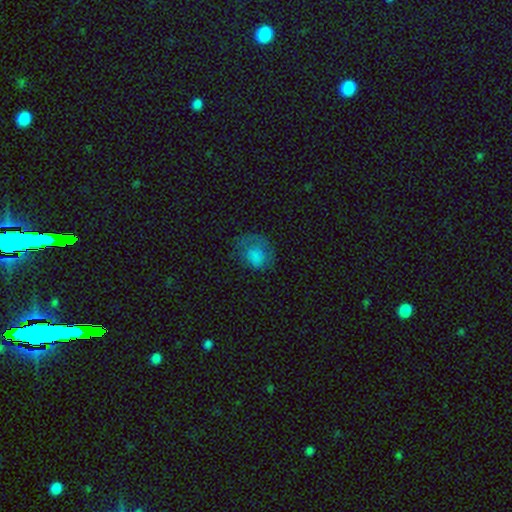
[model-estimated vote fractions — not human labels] A smooth galaxy with no disk features (69%) that is round (57%).

Vote fractions:
- Smooth or featured? smooth: 69% / featured or disk: 18% / star or artifact: 13%
- How rounded? round: 57% / in between: 42% / cigar-shaped: 1%
- Merging? none: 47% / minor disturbance: 26% / major disturbance: 25% / merger: 2%